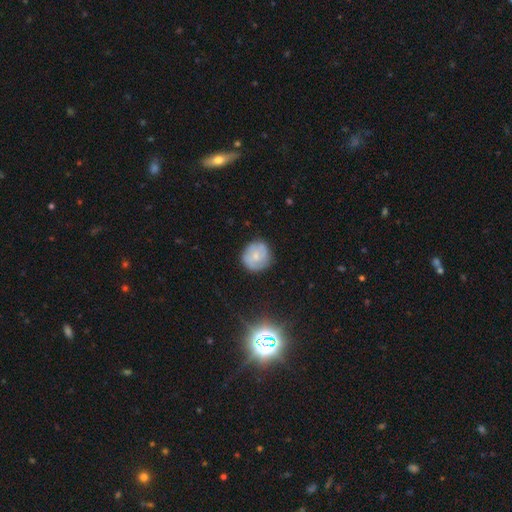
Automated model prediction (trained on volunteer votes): Smooth or featured: smooth — 53% (featured or disk — 39%)
How rounded: round — 89% (in between — 10%)
Merging: none — 78% (minor disturbance — 17%)